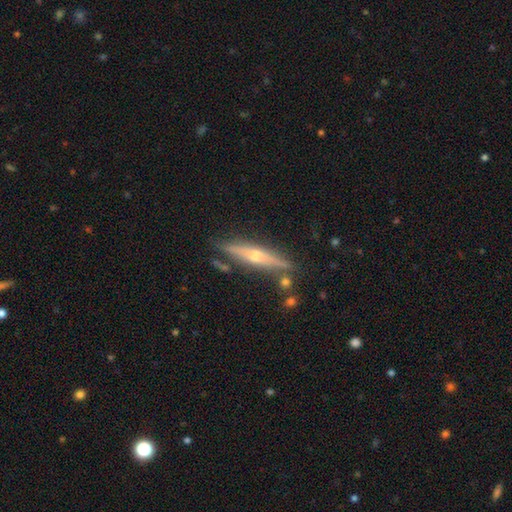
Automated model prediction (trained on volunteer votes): Smooth or featured: featured or disk — 74% (smooth — 20%)
Edge-on disk: yes — 96% (no — 4%)
Edge-on bulge: rounded — 89% (none — 7%)
Merging: none — 81% (minor disturbance — 12%)